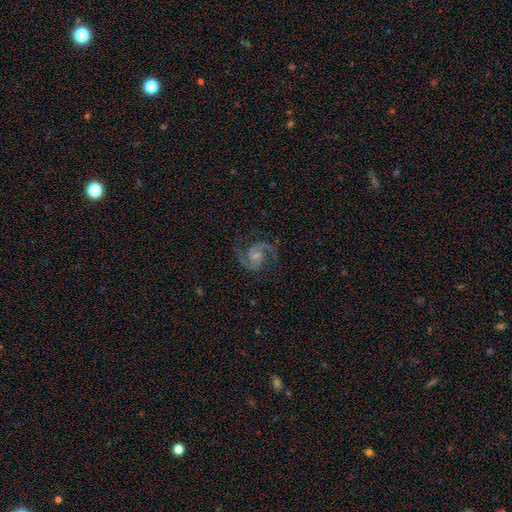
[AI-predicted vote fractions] Smooth or featured?
  - featured or disk: 92% *
  - star or artifact: 5%
  - smooth: 3%
Edge-on disk?
  - no: 98% *
  - yes: 2%
Bar?
  - weak: 48% *
  - no: 41%
  - strong: 11%
Spiral arms?
  - yes: 98% *
  - no: 2%
Spiral winding?
  - medium: 67% *
  - tight: 18%
  - loose: 15%
Spiral arm count?
  - 2: 94% *
  - can't tell: 1%
  - 3: 1%
  - 1: 1%
  - 4: 1%
  - more than 4: 1%
Bulge size?
  - small: 49% *
  - moderate: 28%
  - none: 20%
  - large: 2%
  - dominant: 1%
Merging?
  - none: 81% *
  - minor disturbance: 12%
  - major disturbance: 5%
  - merger: 1%